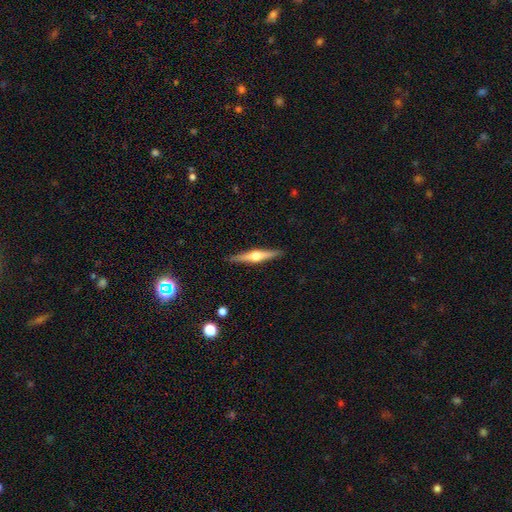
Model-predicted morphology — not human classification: smooth-or-featured: featured or disk: 74% | smooth: 21% | star or artifact: 5%
  disk-edge-on: yes: 98% | no: 2%
    edge-on-bulge: rounded: 95% | boxy: 3% | none: 2%
  merging: none: 91% | minor disturbance: 7% | major disturbance: 1% | merger: 1%